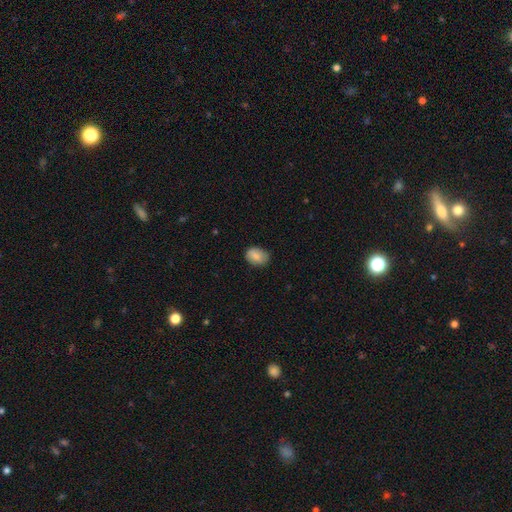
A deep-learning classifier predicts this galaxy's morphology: type=smooth (84%); roundness=in between (71%); merging=none (75%).